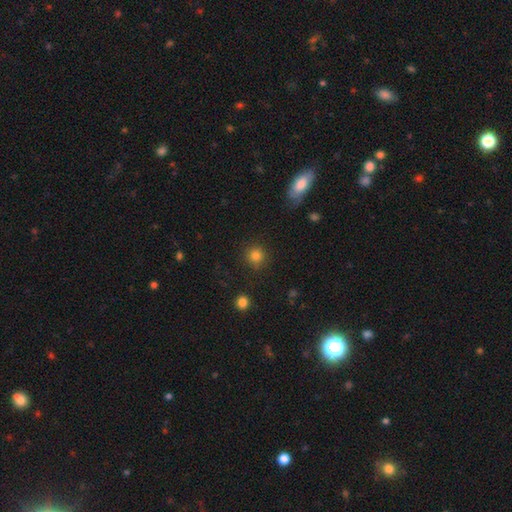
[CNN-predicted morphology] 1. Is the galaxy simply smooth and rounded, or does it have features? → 82% smooth, 13% star or artifact, 5% featured or disk.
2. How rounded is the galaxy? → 93% round, 6% in between, 1% cigar-shaped.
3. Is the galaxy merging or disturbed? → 87% none, 8% minor disturbance, 3% major disturbance, 2% merger.